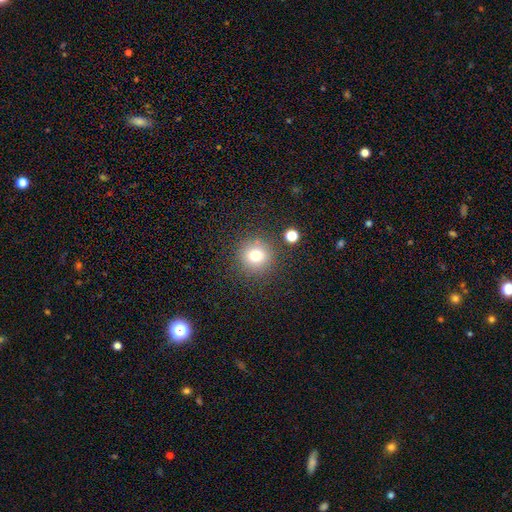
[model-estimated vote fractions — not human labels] Smooth or featured? smooth (74%)
How rounded? round (93%)
Merging? none (84%)